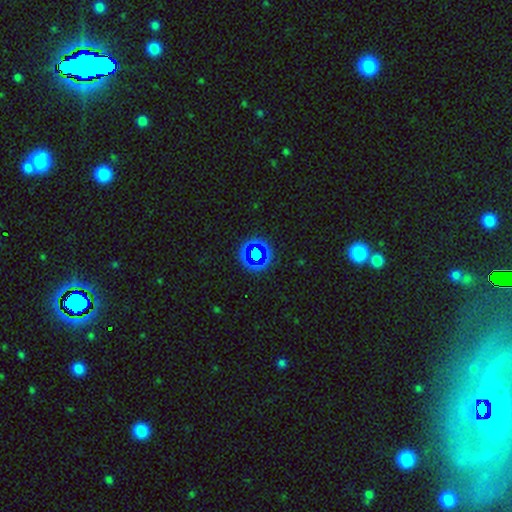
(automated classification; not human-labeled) star or artifact 53%, smooth 34%, featured or disk 13%.